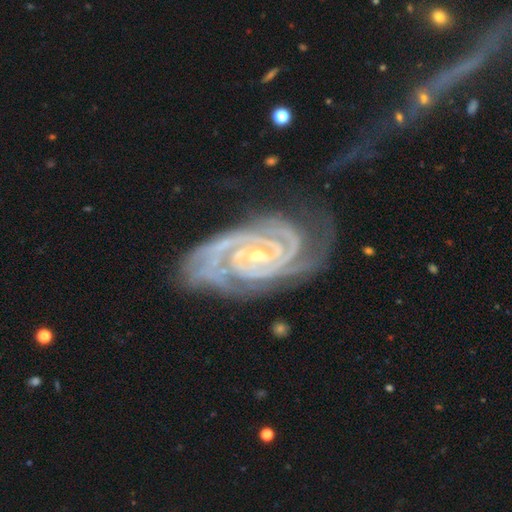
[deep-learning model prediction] Q: Smooth or featured?
A: featured or disk (93%); runner-up: star or artifact (4%)
Q: Edge-on disk?
A: no (97%); runner-up: yes (3%)
Q: Bar?
A: no (39%); runner-up: weak (34%)
Q: Spiral arms?
A: yes (99%); runner-up: no (1%)
Q: Spiral winding?
A: tight (82%); runner-up: medium (16%)
Q: Spiral arm count?
A: 2 (49%); runner-up: 3 (22%)
Q: Bulge size?
A: small (74%); runner-up: moderate (23%)
Q: Merging?
A: none (57%); runner-up: minor disturbance (26%)